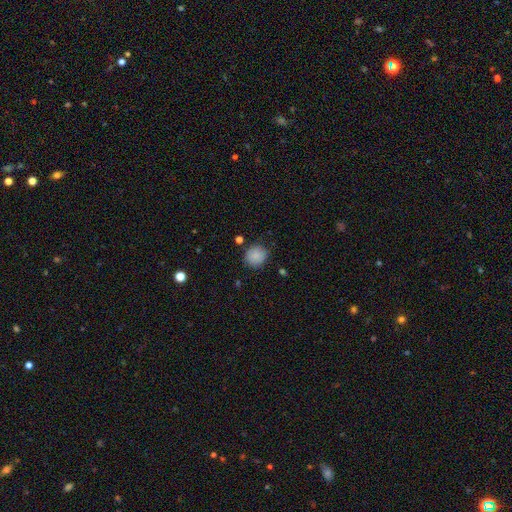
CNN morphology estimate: Smooth or featured? smooth (85%)
How rounded? round (86%)
Merging? none (82%)